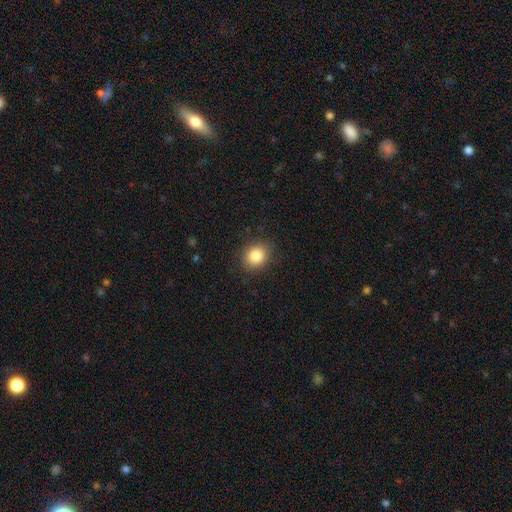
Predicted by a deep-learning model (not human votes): Smooth or featured? smooth (84%)
How rounded? round (64%)
Merging? none (88%)